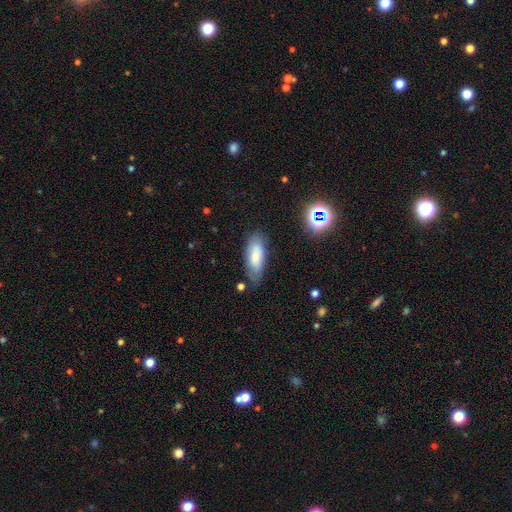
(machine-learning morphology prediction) Smooth or featured? Predicted: smooth (p=0.72). How rounded? Predicted: in between (p=0.77). Merging? Predicted: none (p=0.74).